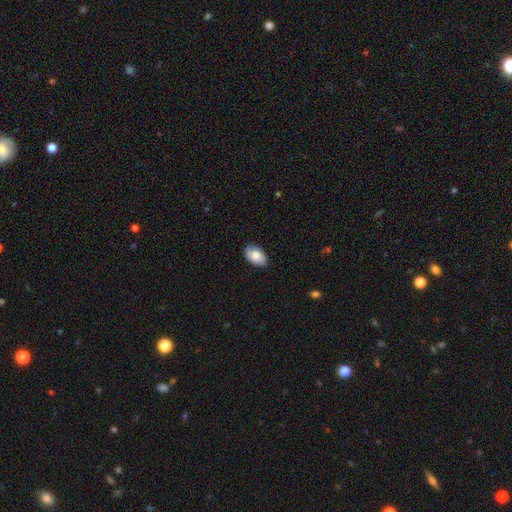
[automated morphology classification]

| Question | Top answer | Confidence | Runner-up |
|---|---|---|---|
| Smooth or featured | smooth | 84% | featured or disk (9%) |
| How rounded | in between | 92% | round (6%) |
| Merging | none | 85% | minor disturbance (12%) |